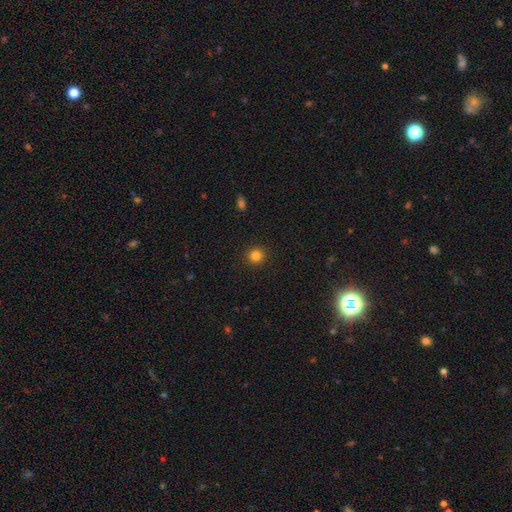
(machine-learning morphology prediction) The model was most divided on "smooth or featured": smooth: 83%, star or artifact: 13%, featured or disk: 5%. More confident: how rounded — round (93%); merging — none (92%).